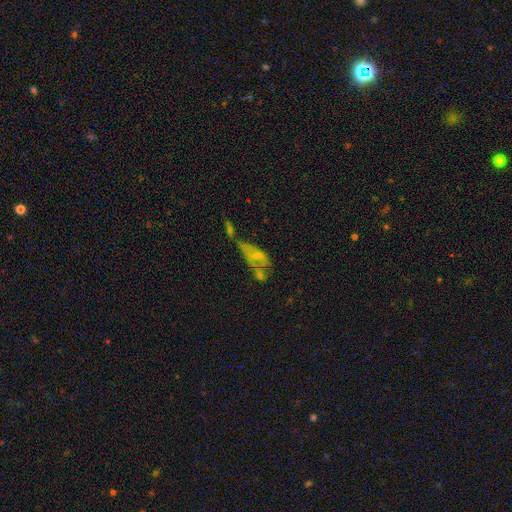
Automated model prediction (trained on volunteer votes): Morphology: type=featured or disk (44%); merging=merger (42%).